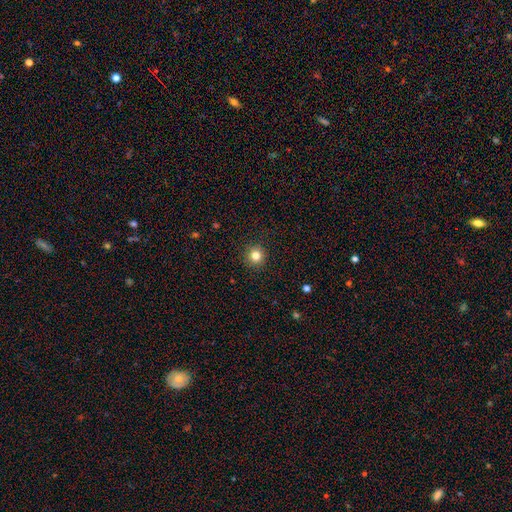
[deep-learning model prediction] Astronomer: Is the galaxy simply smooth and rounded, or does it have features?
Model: smooth — 82%.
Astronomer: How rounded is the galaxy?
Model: round — 94%.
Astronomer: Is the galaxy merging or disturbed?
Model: none — 92%.